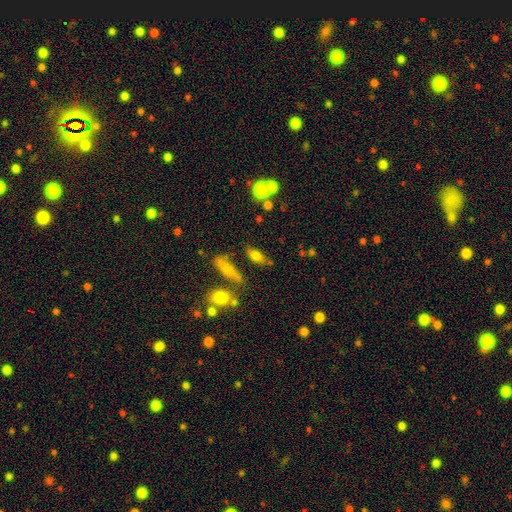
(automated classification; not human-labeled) Smooth or featured?
  - smooth: 70% *
  - featured or disk: 19%
  - star or artifact: 11%
How rounded?
  - in between: 70% *
  - cigar-shaped: 24%
  - round: 7%
Merging?
  - none: 69% *
  - minor disturbance: 14%
  - merger: 11%
  - major disturbance: 5%